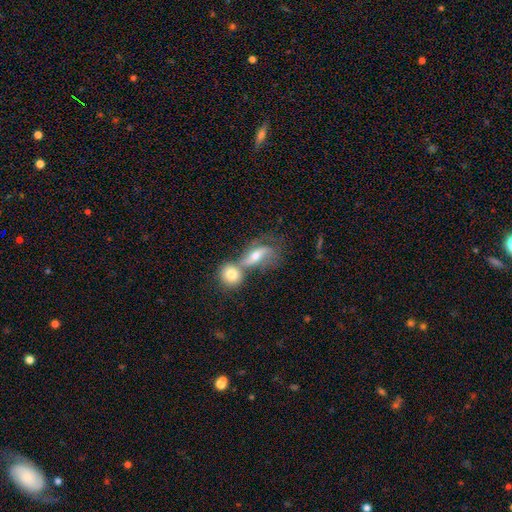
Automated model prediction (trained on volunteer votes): Smooth or featured?
  - smooth: 51% *
  - featured or disk: 40%
  - star or artifact: 9%
How rounded?
  - in between: 62% *
  - round: 22%
  - cigar-shaped: 16%
Merging?
  - merger: 57% *
  - none: 23%
  - minor disturbance: 10%
  - major disturbance: 10%